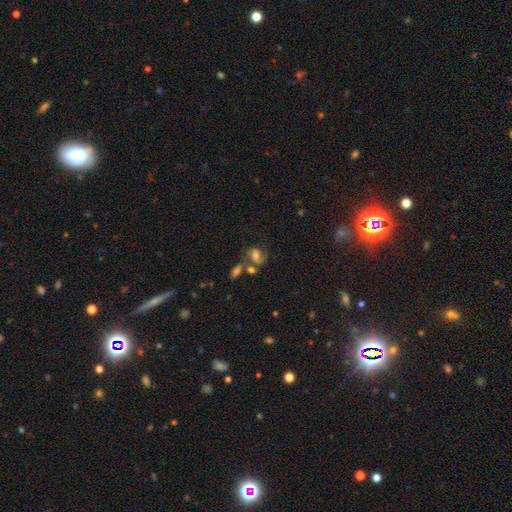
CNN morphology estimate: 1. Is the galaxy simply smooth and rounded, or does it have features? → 61% featured or disk, 28% smooth, 11% star or artifact.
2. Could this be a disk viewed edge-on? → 97% no, 3% yes.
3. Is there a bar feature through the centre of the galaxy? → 47% no, 39% weak, 14% strong.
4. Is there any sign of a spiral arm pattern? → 89% yes, 11% no.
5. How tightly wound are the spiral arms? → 53% medium, 24% tight, 23% loose.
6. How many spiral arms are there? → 82% 2, 8% 1, 7% can't tell, 2% 3, 1% 4, 1% more than 4.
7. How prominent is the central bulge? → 49% moderate, 21% large, 20% small, 8% none, 3% dominant.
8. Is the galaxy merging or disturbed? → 45% none, 27% merger, 16% minor disturbance, 12% major disturbance.